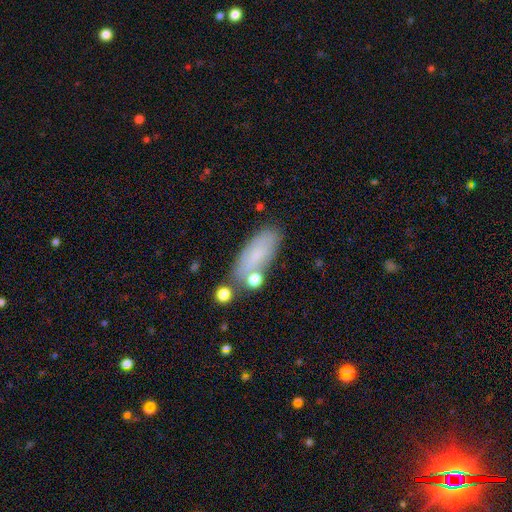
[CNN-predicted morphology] The model was most divided on "merging": none: 66%, minor disturbance: 19%, merger: 9%, major disturbance: 6%. More confident: how rounded — in between (74%); smooth or featured — smooth (72%).